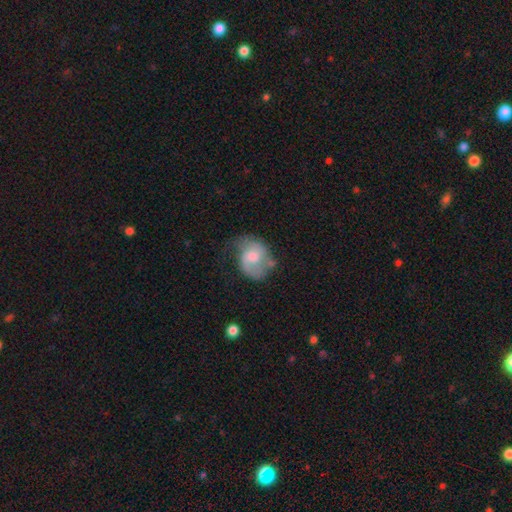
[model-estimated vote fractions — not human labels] The model was most divided on "merging": none: 40%, minor disturbance: 33%, major disturbance: 23%, merger: 4%. More confident: edge-on disk — no (97%); spiral arms — yes (79%); bar — no (65%); smooth or featured — featured or disk (54%); bulge size — moderate (52%).